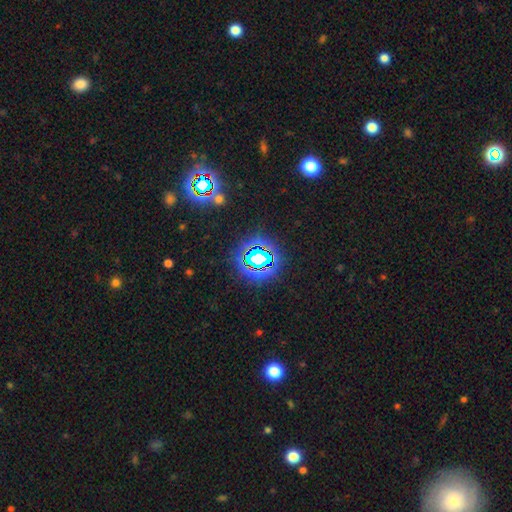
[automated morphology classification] This is likely a star or artifact rather than a galaxy (77%).